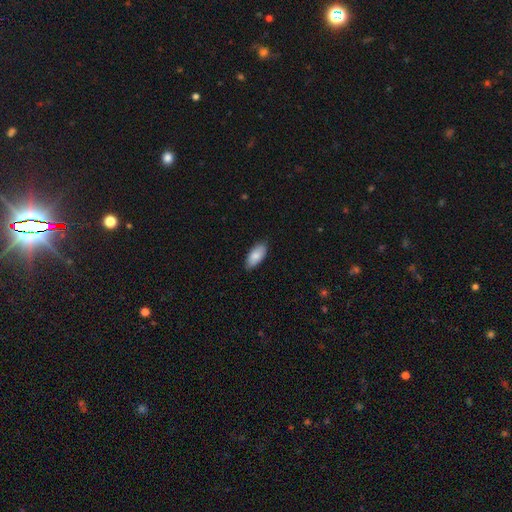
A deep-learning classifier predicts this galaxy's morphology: This is clearly a smooth galaxy (85%). How rounded: clearly in between (91%). Merging: clearly none (86%).